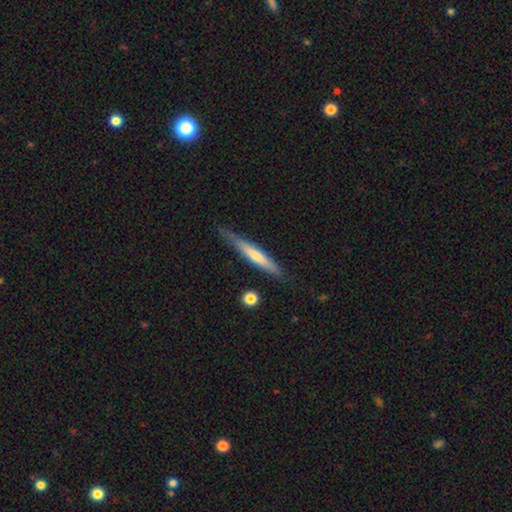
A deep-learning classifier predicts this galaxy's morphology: A featured or disk galaxy (48%).

Vote fractions:
- Smooth or featured? featured or disk: 48% / smooth: 47% / star or artifact: 5%
- Merging? none: 81% / minor disturbance: 15% / major disturbance: 2% / merger: 2%